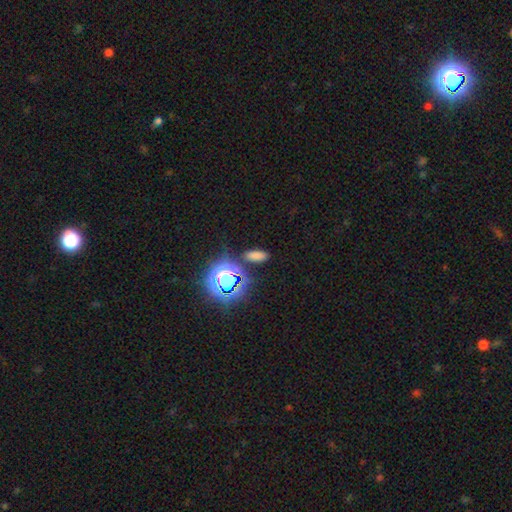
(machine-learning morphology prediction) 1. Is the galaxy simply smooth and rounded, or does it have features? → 68% smooth, 25% star or artifact, 7% featured or disk.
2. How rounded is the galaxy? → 72% in between, 19% cigar-shaped, 10% round.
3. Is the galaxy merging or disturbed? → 84% none, 9% minor disturbance, 4% merger, 3% major disturbance.